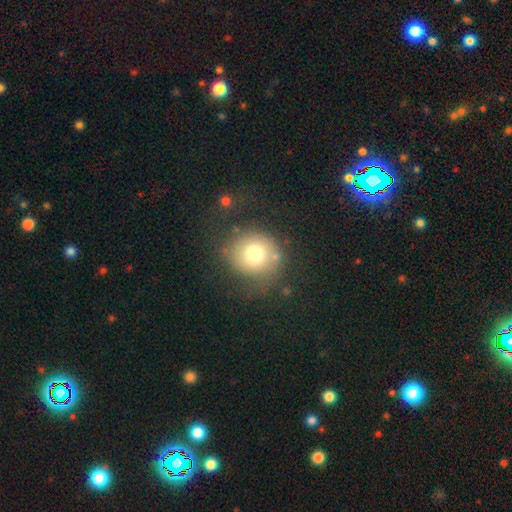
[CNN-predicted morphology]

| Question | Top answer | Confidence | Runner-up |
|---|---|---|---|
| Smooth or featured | smooth | 73% | featured or disk (16%) |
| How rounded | round | 84% | in between (15%) |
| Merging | none | 66% | minor disturbance (19%) |